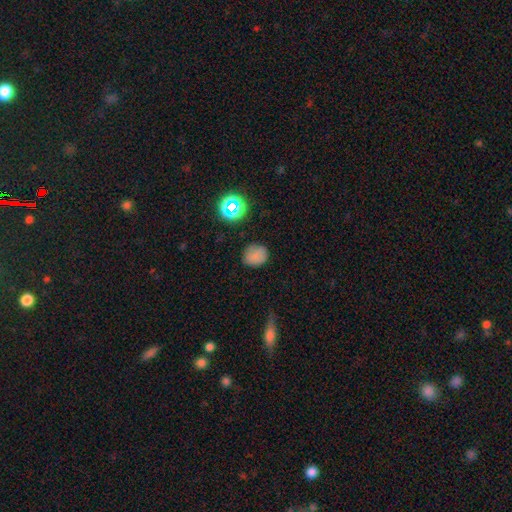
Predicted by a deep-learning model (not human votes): This appears to be a smooth galaxy with no disk features (77%) that is round (71%). Merging: none (80%).